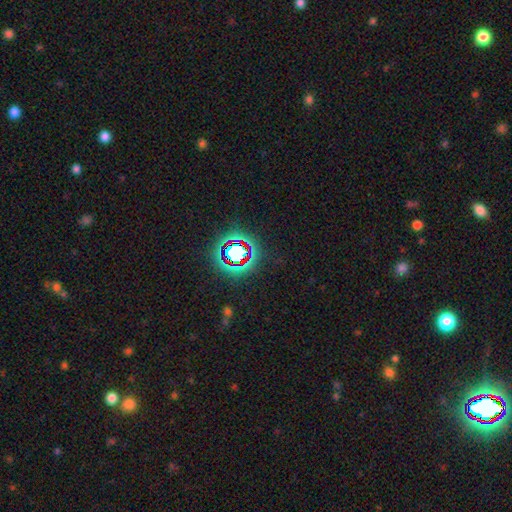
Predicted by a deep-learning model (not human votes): Smooth or featured? star or artifact (76%)